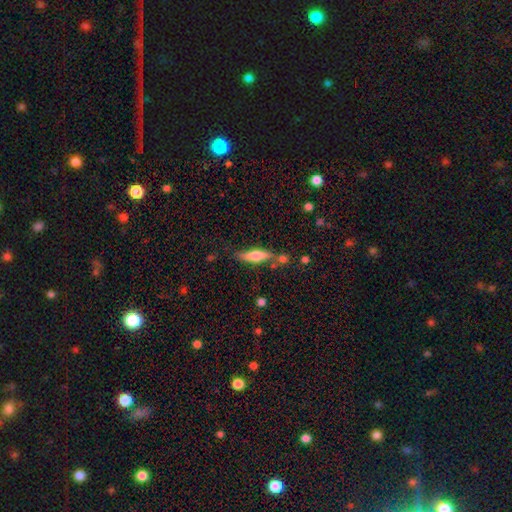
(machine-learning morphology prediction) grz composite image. It shows a smooth galaxy with no disk features (54%) that is cigar-shaped (68%). Merging: none (67%).